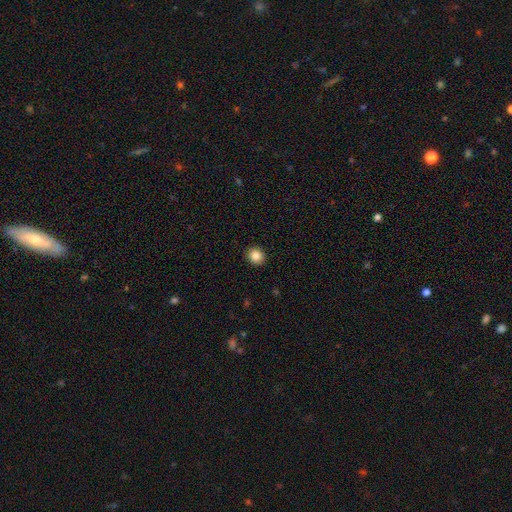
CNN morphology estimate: smooth-or-featured: smooth: 85% | star or artifact: 10% | featured or disk: 5%
  how-rounded: round: 81% | in between: 18% | cigar-shaped: 1%
  merging: none: 92% | minor disturbance: 5% | major disturbance: 2% | merger: 1%